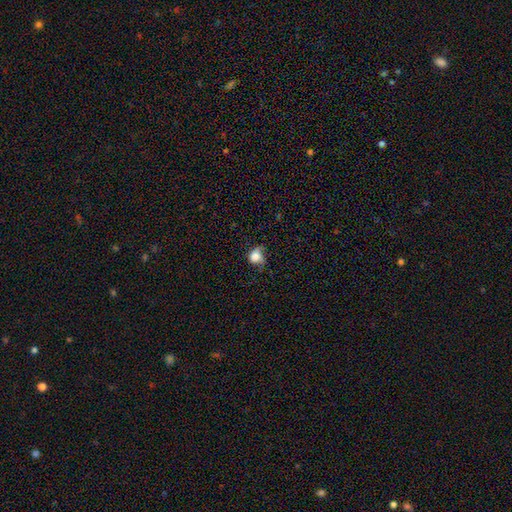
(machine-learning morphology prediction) This is likely a smooth galaxy (75%). How rounded: likely round (67%). Merging: marginally none (40%).